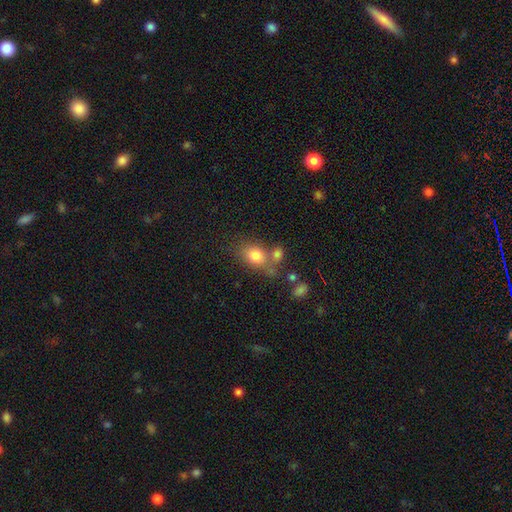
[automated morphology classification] Smooth or featured? Predicted: smooth (p=0.80). How rounded? Predicted: in between (p=0.64). Merging? Predicted: none (p=0.52).